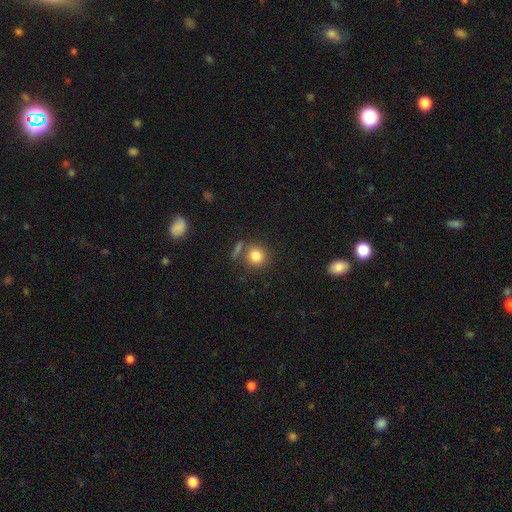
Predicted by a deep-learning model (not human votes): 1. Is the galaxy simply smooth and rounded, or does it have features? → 83% smooth, 10% star or artifact, 7% featured or disk.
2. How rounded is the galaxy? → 86% round, 13% in between, 1% cigar-shaped.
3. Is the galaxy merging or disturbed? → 70% none, 14% merger, 11% minor disturbance, 5% major disturbance.